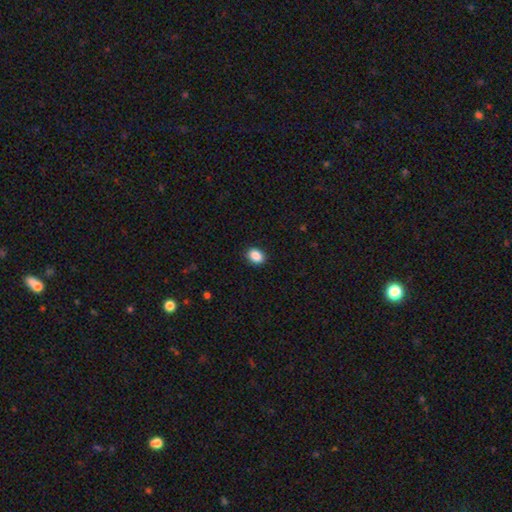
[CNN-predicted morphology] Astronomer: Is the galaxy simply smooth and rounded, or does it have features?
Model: smooth — 89%.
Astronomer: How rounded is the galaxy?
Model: in between — 69%.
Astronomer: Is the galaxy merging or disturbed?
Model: none — 90%.